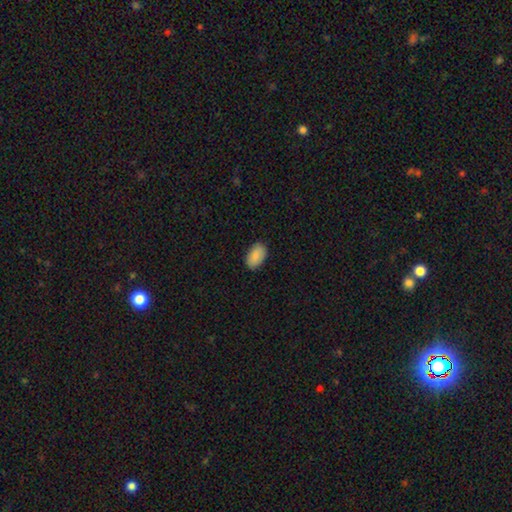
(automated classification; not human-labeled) Smooth or featured? smooth (90%)
How rounded? in between (94%)
Merging? none (88%)